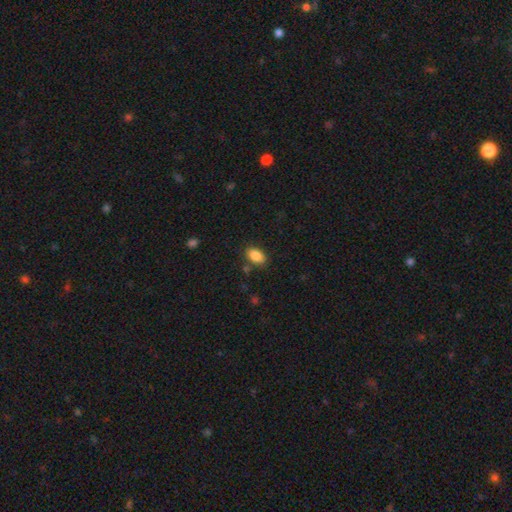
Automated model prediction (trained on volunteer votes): The model was most divided on "merging": none: 83%, minor disturbance: 11%, major disturbance: 3%, merger: 3%. More confident: how rounded — in between (91%); smooth or featured — smooth (88%).